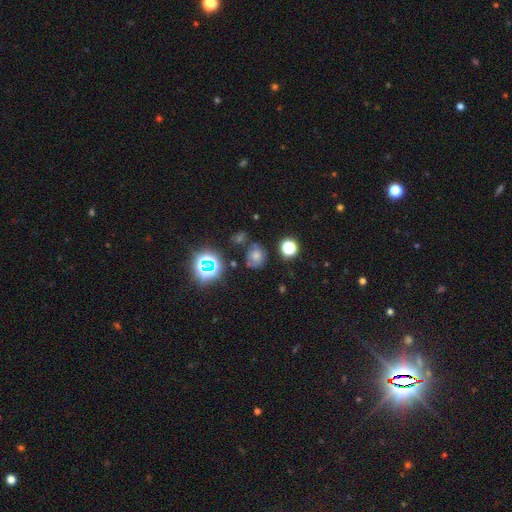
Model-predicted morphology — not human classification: Smooth or featured: star or artifact — 45% (smooth — 41%)